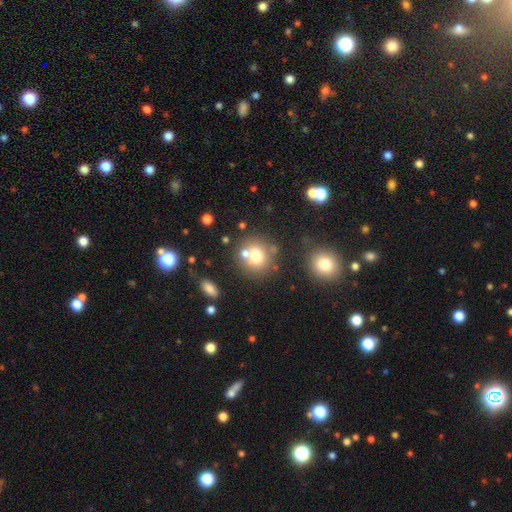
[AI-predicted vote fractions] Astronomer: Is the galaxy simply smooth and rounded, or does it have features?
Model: smooth — 70%.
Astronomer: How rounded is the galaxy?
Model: round — 82%.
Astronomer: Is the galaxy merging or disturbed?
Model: none — 60%.